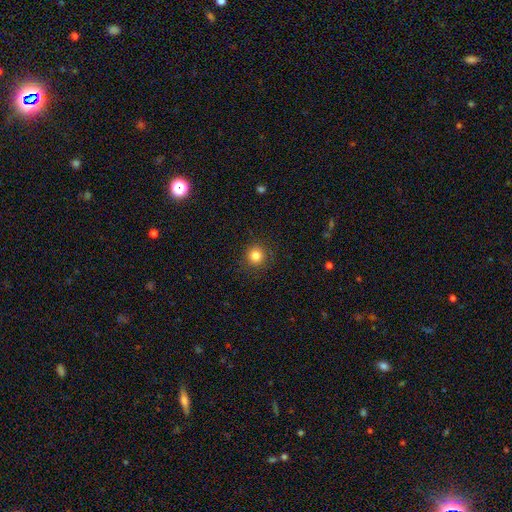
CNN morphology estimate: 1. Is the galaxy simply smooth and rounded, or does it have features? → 83% smooth, 12% star or artifact, 5% featured or disk.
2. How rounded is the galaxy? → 94% round, 5% in between, 1% cigar-shaped.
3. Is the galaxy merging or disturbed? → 90% none, 6% minor disturbance, 3% major disturbance, 1% merger.